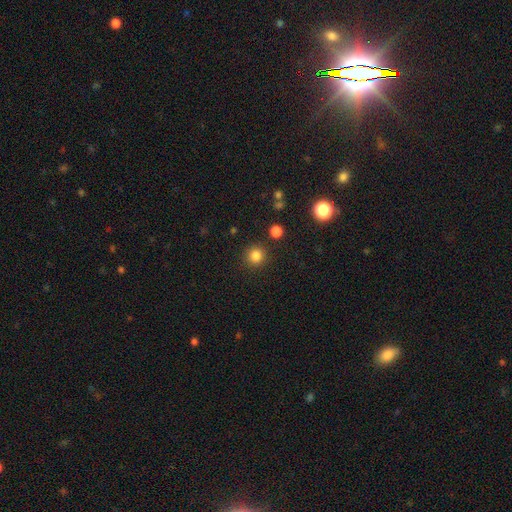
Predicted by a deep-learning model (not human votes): Overall: smooth (83%). How rounded: round (93%). Merging: none (88%).